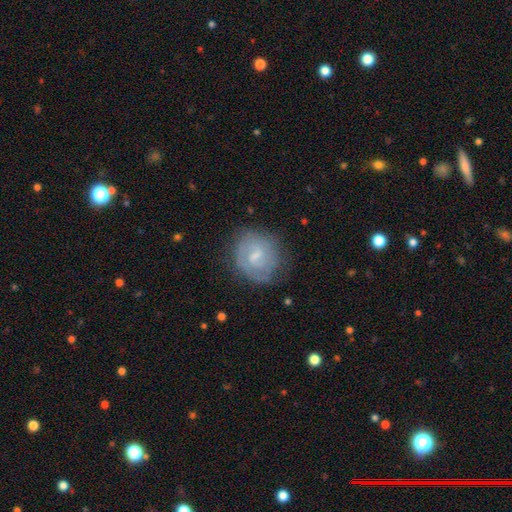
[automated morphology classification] Smooth or featured? featured or disk (60%)
Edge-on disk? no (97%)
Bar? weak (59%)
Spiral arms? yes (78%)
Bulge size? small (52%)
Merging? none (69%)